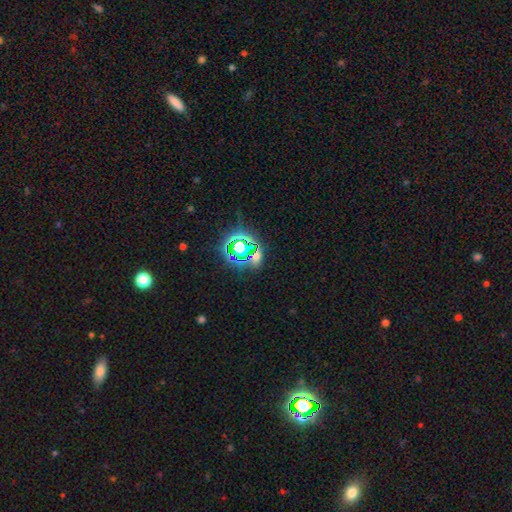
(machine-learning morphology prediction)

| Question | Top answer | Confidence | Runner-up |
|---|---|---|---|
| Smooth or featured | star or artifact | 64% | smooth (25%) |